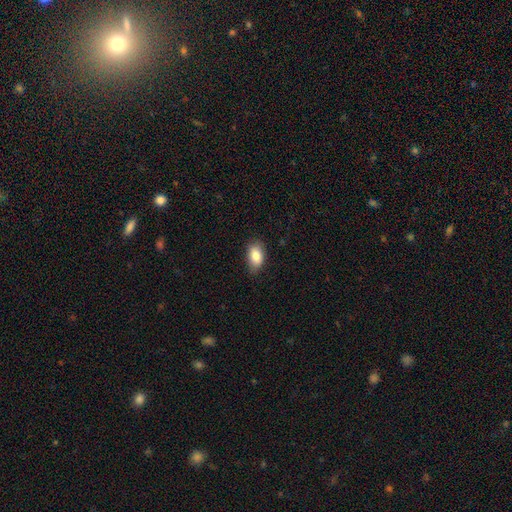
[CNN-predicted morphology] This appears to be a smooth galaxy with no disk features (84%) that is in between round and cigar-shaped (90%). Merging: none (79%).